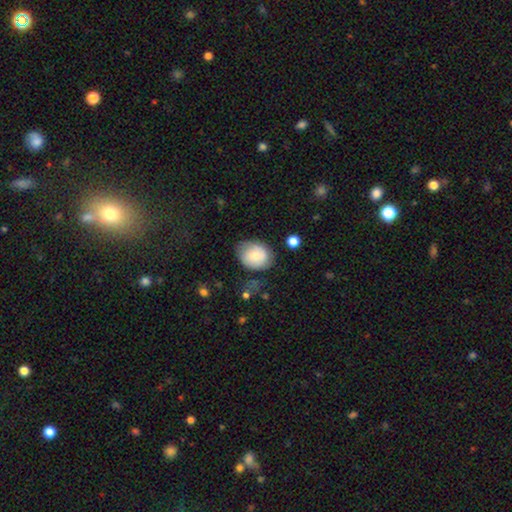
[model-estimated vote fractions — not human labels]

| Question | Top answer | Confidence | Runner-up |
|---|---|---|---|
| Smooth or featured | smooth | 71% | featured or disk (21%) |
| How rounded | in between | 55% | round (44%) |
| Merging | none | 61% | minor disturbance (27%) |